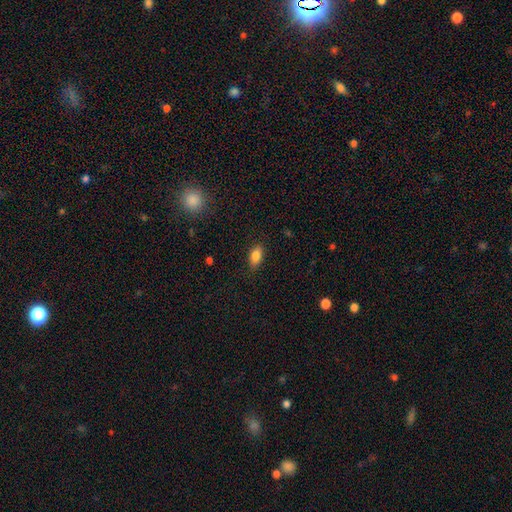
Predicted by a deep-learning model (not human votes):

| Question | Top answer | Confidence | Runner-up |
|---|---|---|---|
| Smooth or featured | smooth | 84% | star or artifact (8%) |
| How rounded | in between | 87% | cigar-shaped (6%) |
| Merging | none | 84% | minor disturbance (12%) |